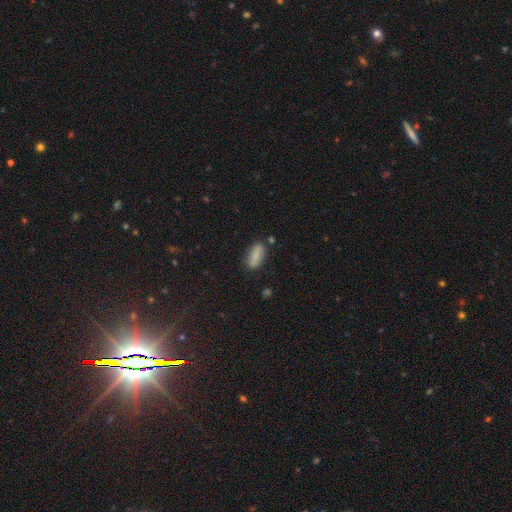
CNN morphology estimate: Smooth or featured?
  - smooth: 82% *
  - featured or disk: 11%
  - star or artifact: 8%
How rounded?
  - in between: 80% *
  - cigar-shaped: 17%
  - round: 3%
Merging?
  - none: 77% *
  - minor disturbance: 14%
  - merger: 5%
  - major disturbance: 3%